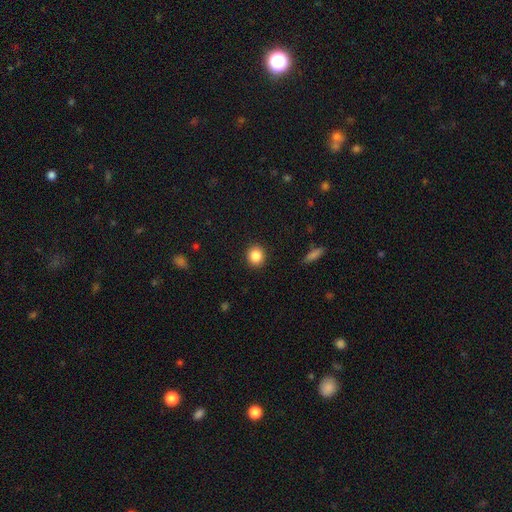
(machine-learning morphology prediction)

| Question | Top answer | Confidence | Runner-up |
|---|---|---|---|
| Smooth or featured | smooth | 85% | star or artifact (10%) |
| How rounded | round | 87% | in between (12%) |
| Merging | none | 91% | minor disturbance (6%) |